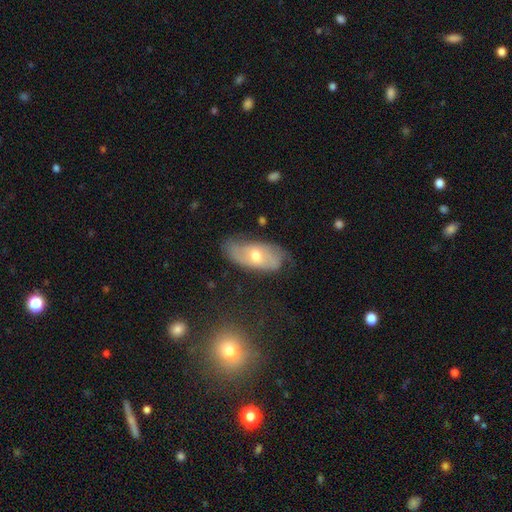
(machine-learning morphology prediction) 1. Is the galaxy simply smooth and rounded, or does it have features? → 59% featured or disk, 33% smooth, 8% star or artifact.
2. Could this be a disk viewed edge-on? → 87% no, 13% yes.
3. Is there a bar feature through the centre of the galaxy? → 60% no, 32% weak, 8% strong.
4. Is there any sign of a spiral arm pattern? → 72% yes, 28% no.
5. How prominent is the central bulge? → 68% moderate, 27% small, 4% large, 1% none, 1% dominant.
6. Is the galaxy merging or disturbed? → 63% none, 27% minor disturbance, 8% major disturbance, 2% merger.